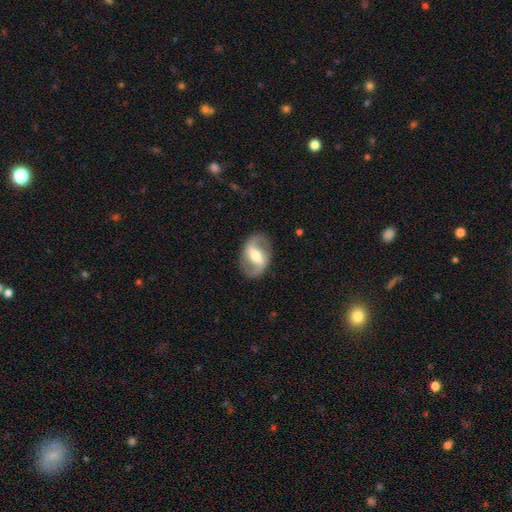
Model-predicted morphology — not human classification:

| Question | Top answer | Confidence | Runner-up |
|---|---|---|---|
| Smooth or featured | featured or disk | 79% | smooth (16%) |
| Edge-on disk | no | 95% | yes (5%) |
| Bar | strong | 53% | weak (33%) |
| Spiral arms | yes | 79% | no (21%) |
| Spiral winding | medium | 43% | loose (40%) |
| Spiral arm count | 2 | 91% | can't tell (5%) |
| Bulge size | moderate | 63% | small (21%) |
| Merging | none | 84% | minor disturbance (10%) |